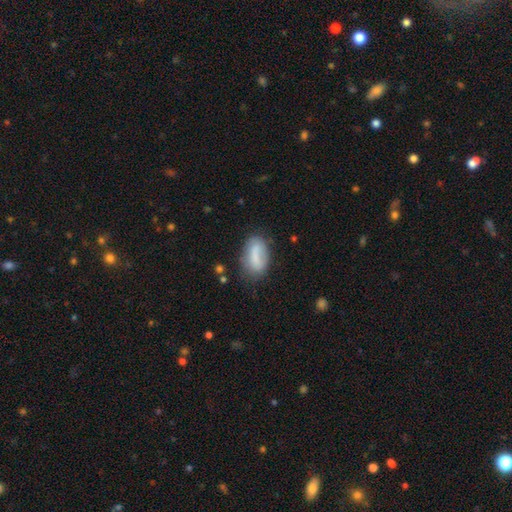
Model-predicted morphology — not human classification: Smooth or featured? Predicted: smooth (p=0.71). How rounded? Predicted: in between (p=0.90). Merging? Predicted: none (p=0.64).